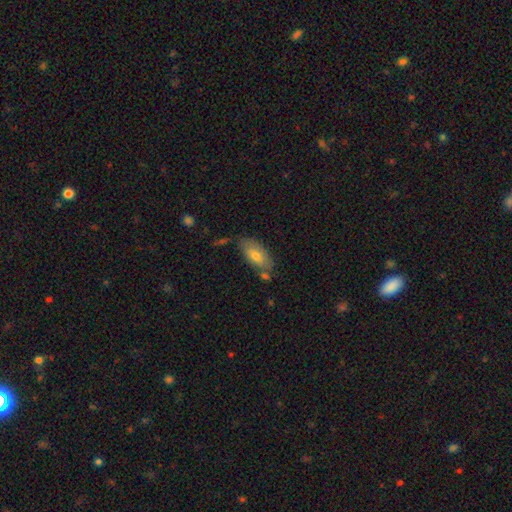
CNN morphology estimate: Q: Smooth or featured?
A: smooth (71%); runner-up: featured or disk (23%)
Q: How rounded?
A: in between (86%); runner-up: cigar-shaped (11%)
Q: Merging?
A: none (66%); runner-up: minor disturbance (20%)